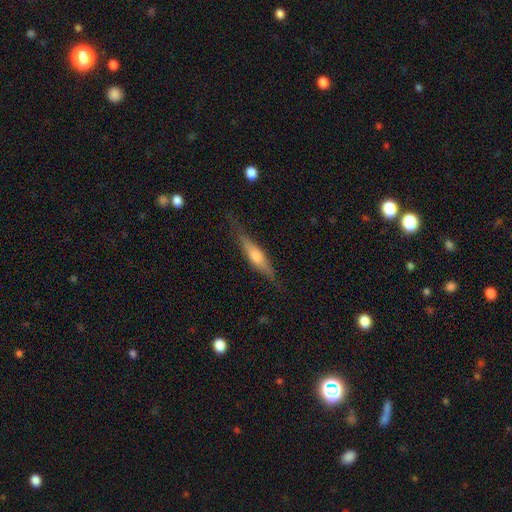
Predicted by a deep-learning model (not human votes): featured or disk 57%, smooth 37%, star or artifact 6%. Down the decision tree: edge-on disk — yes (93%); edge-on bulge — rounded (81%); merging — none (75%).